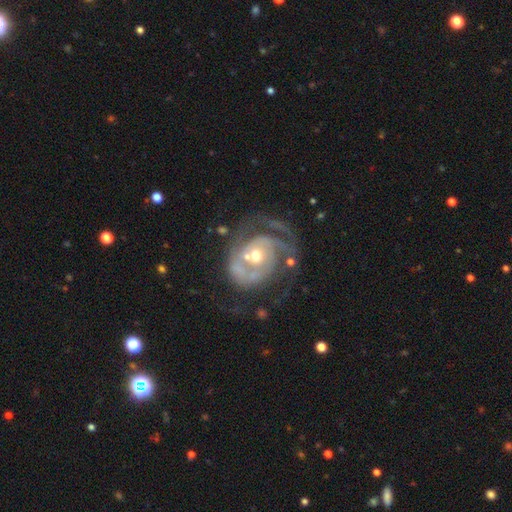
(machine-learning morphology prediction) featured or disk 86%, smooth 9%, star or artifact 6%. Down the decision tree: edge-on disk — no (98%); bar — no (73%); spiral arms — yes (91%); spiral arm count — 2 (45%); spiral winding — tight (44%); bulge size — moderate (60%); merging — none (46%).